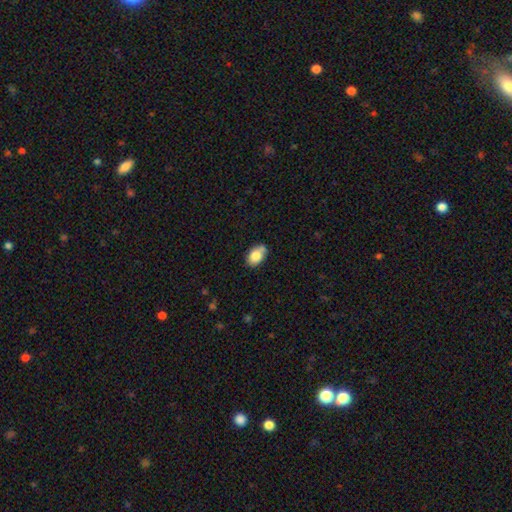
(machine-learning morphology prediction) Smooth or featured?
  - smooth: 81% *
  - featured or disk: 10%
  - star or artifact: 8%
How rounded?
  - in between: 82% *
  - round: 17%
  - cigar-shaped: 1%
Merging?
  - none: 60% *
  - minor disturbance: 23%
  - merger: 13%
  - major disturbance: 4%